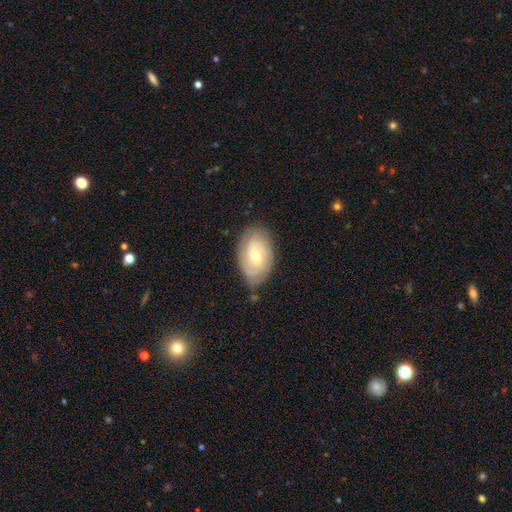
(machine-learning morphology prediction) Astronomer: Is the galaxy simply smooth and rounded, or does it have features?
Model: featured or disk — 72%.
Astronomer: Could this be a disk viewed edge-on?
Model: no — 95%.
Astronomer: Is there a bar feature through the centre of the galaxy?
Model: weak — 47% (runner-up: no, 42%).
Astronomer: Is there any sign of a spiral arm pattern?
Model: yes — 89%.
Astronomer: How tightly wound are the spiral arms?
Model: tight — 62%.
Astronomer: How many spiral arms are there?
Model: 2 — 45% (runner-up: can't tell, 29%).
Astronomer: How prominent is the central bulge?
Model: moderate — 61%.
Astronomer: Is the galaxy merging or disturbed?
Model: none — 78%.